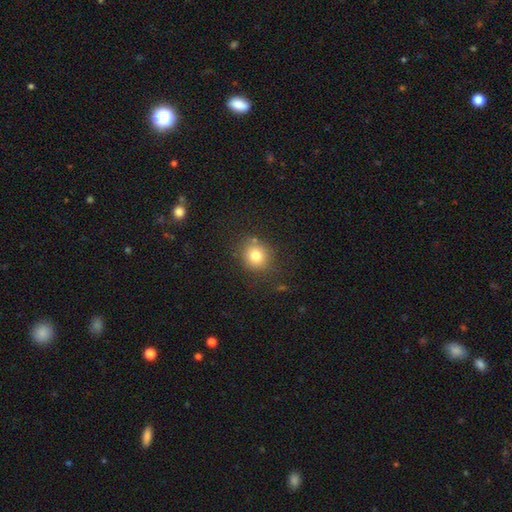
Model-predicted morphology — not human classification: smooth 79%, star or artifact 12%, featured or disk 9%. Down the decision tree: how rounded — round (80%); merging — none (79%).